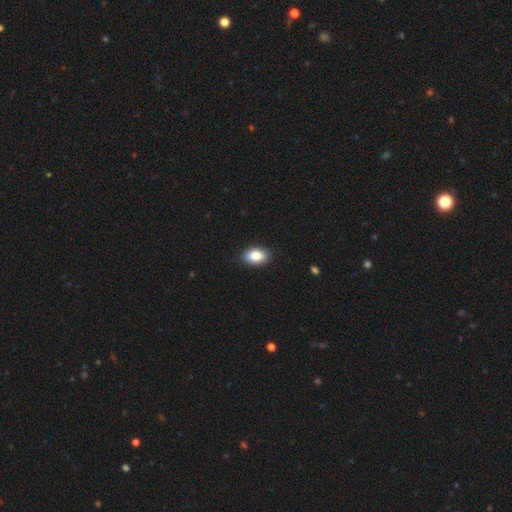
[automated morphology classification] Smooth or featured?
  - smooth: 85% *
  - star or artifact: 8%
  - featured or disk: 7%
How rounded?
  - in between: 89% *
  - round: 10%
  - cigar-shaped: 1%
Merging?
  - none: 88% *
  - minor disturbance: 10%
  - major disturbance: 2%
  - merger: 1%